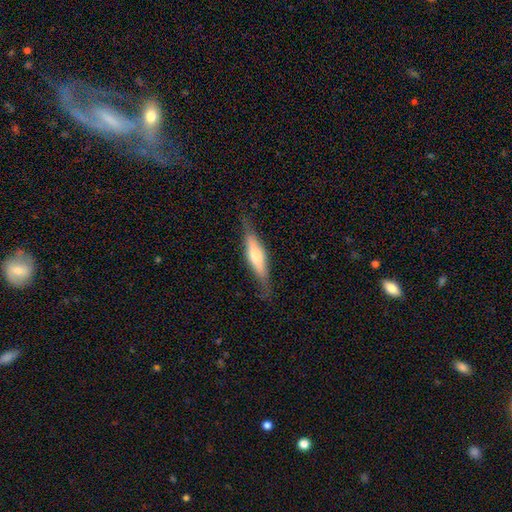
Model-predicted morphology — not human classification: Overall: featured or disk (47%, tied with smooth). Merging: none (76%).